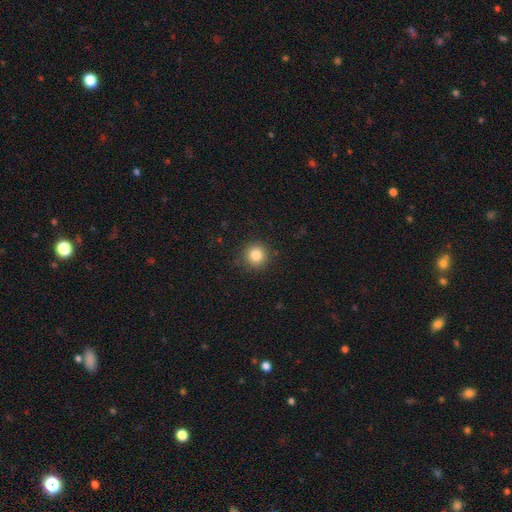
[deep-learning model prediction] A smooth galaxy with no disk features (84%) that is round (93%). Merging: none (89%).